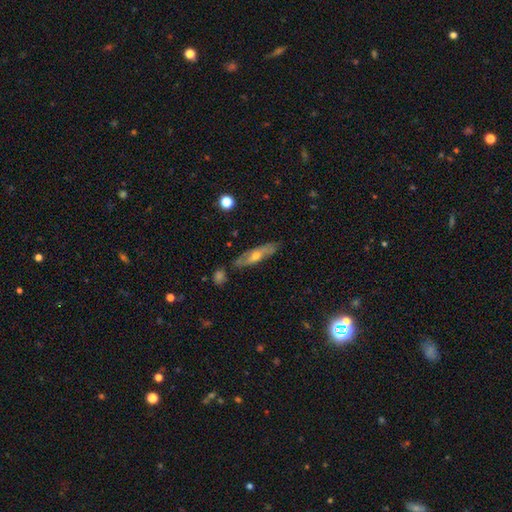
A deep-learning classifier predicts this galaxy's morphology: A featured or disk galaxy (62%). Merging: none (80%).